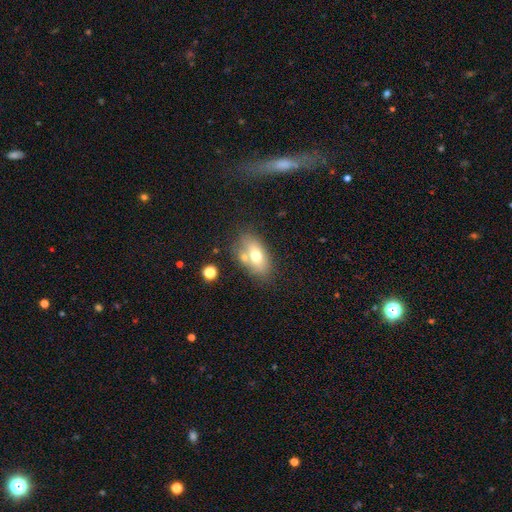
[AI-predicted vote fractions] Smooth or featured? Predicted: smooth (p=0.66). How rounded? Predicted: in between (p=0.85). Merging? Predicted: none (p=0.59).